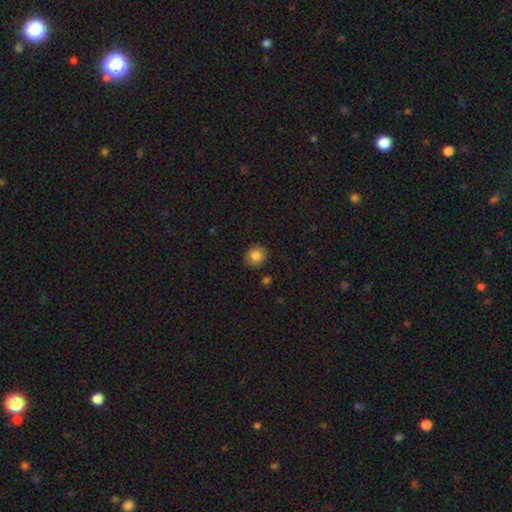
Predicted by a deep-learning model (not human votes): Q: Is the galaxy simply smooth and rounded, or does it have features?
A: smooth — 83%.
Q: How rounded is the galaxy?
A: round — 82%.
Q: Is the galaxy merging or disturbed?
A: none — 88%.